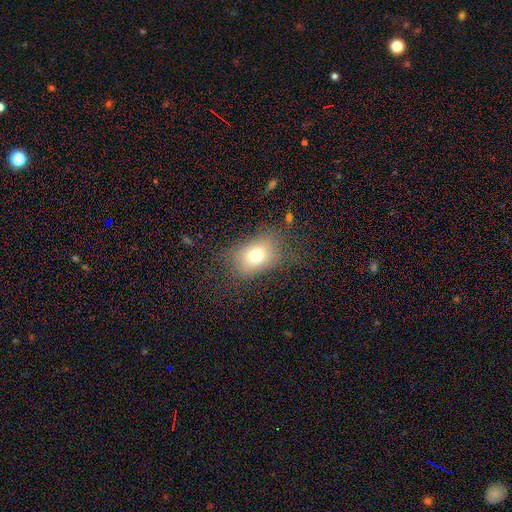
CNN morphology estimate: A smooth galaxy with no disk features (71%) that is in between round and cigar-shaped (67%).

Vote fractions:
- Smooth or featured? smooth: 71% / featured or disk: 15% / star or artifact: 14%
- How rounded? in between: 67% / round: 32% / cigar-shaped: 1%
- Merging? none: 67% / minor disturbance: 18% / major disturbance: 13% / merger: 2%